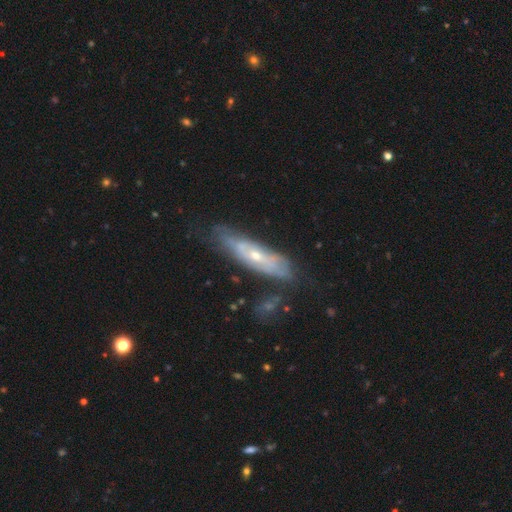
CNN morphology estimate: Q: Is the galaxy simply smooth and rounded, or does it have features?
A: featured or disk — 70%.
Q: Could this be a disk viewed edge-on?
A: no — 67%.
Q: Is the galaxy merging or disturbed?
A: none — 61%.